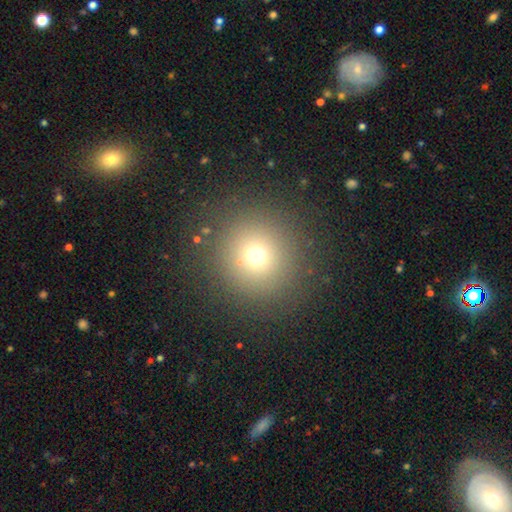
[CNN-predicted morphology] Q: Smooth or featured?
A: smooth (68%); runner-up: star or artifact (21%)
Q: How rounded?
A: round (95%); runner-up: in between (4%)
Q: Merging?
A: none (87%); runner-up: minor disturbance (7%)